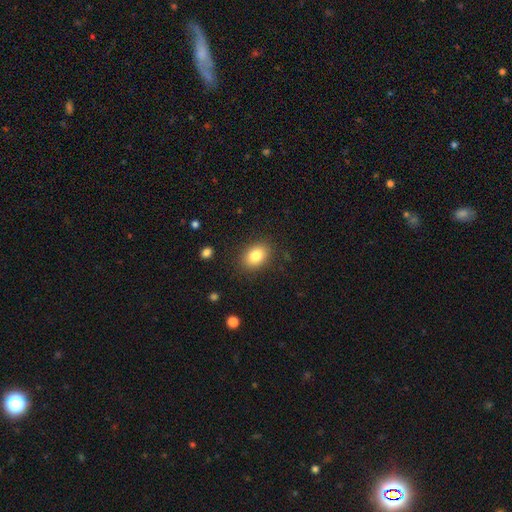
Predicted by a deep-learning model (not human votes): Q: Smooth or featured?
A: smooth (84%); runner-up: star or artifact (9%)
Q: How rounded?
A: in between (76%); runner-up: round (23%)
Q: Merging?
A: none (86%); runner-up: minor disturbance (10%)